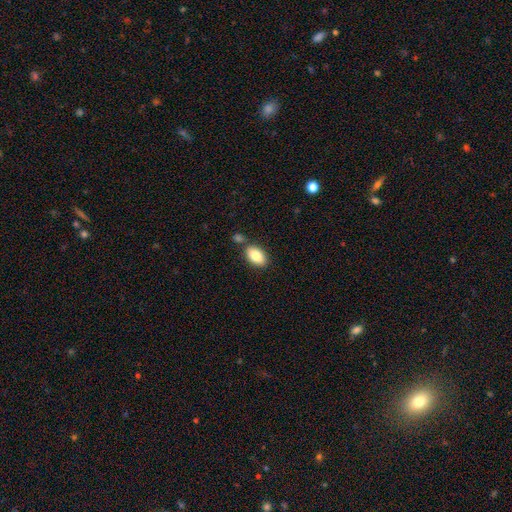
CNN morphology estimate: This is clearly a smooth galaxy (84%). How rounded: clearly in between (93%). Merging: likely none (75%).